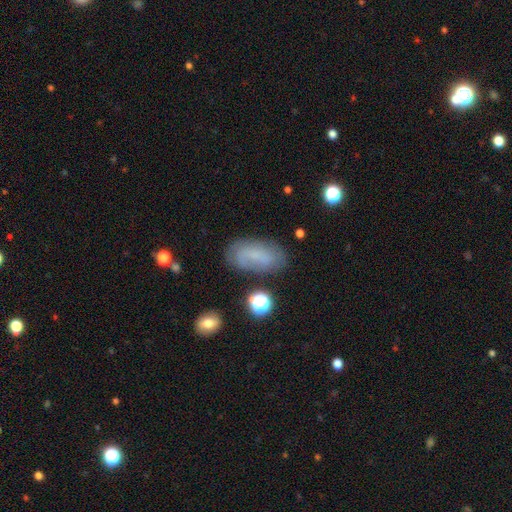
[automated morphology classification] Smooth or featured?
  - smooth: 58% *
  - featured or disk: 31%
  - star or artifact: 11%
How rounded?
  - in between: 90% *
  - cigar-shaped: 6%
  - round: 4%
Merging?
  - none: 68% *
  - minor disturbance: 21%
  - major disturbance: 7%
  - merger: 3%